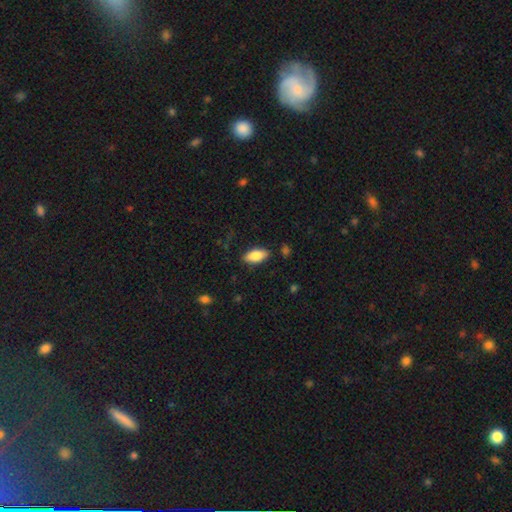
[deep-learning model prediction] Smooth or featured?
  - smooth: 84% *
  - featured or disk: 10%
  - star or artifact: 6%
How rounded?
  - in between: 89% *
  - cigar-shaped: 9%
  - round: 2%
Merging?
  - none: 86% *
  - minor disturbance: 10%
  - major disturbance: 2%
  - merger: 1%